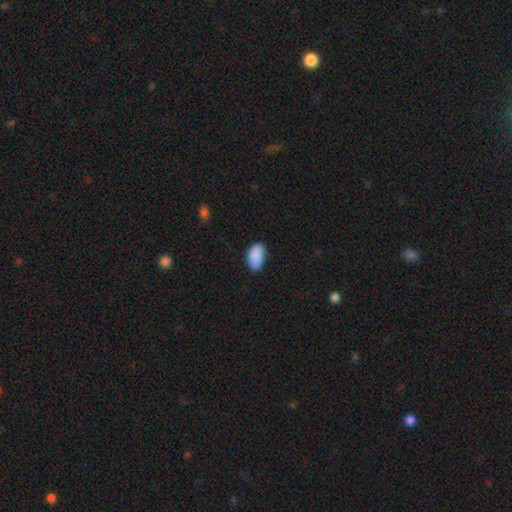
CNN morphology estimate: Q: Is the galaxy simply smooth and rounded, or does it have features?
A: smooth — 89%.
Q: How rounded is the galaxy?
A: in between — 92%.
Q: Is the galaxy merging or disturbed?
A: none — 76%.